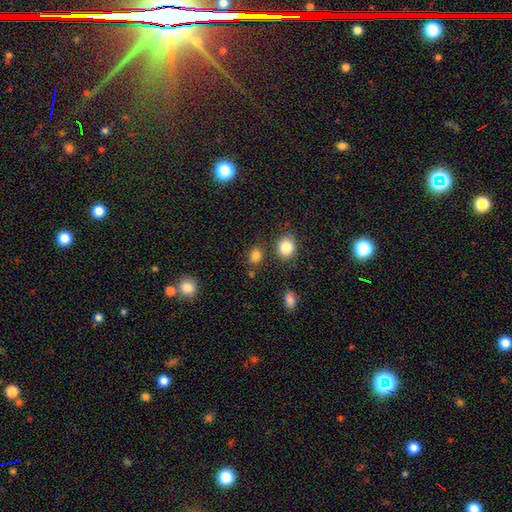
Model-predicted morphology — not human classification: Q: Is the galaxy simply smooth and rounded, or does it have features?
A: smooth — 83%.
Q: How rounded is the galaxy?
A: round — 72%.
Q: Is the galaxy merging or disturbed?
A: none — 79%.